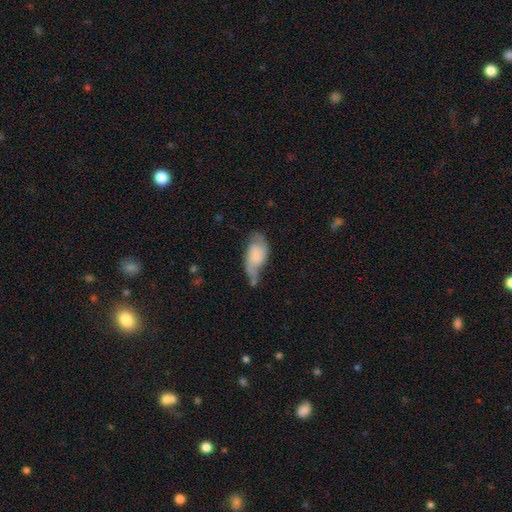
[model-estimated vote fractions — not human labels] The model was most divided on "merging": none: 35%, minor disturbance: 34%, major disturbance: 23%, merger: 8%. More confident: edge-on disk — no (94%); smooth or featured — featured or disk (50%).